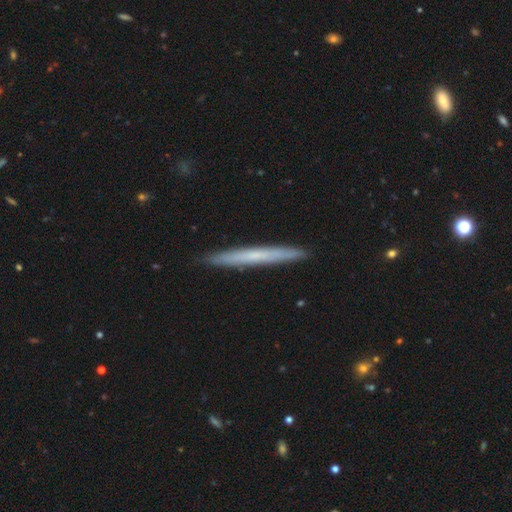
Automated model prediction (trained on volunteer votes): Overall: smooth (49%; featured or disk 45%). Merging: none (91%).